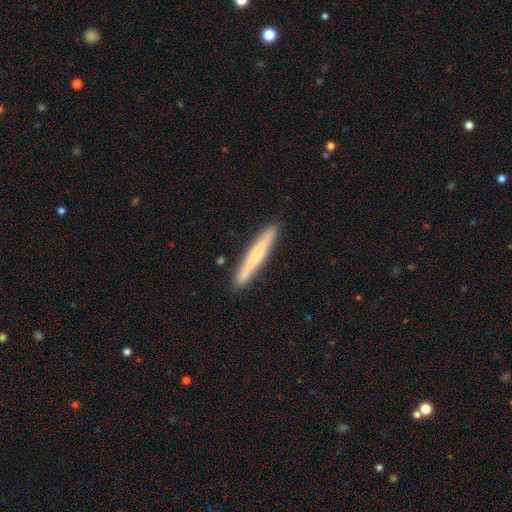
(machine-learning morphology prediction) Overall: smooth (61%; featured or disk 33%). How rounded: cigar-shaped (96%). Merging: none (90%).